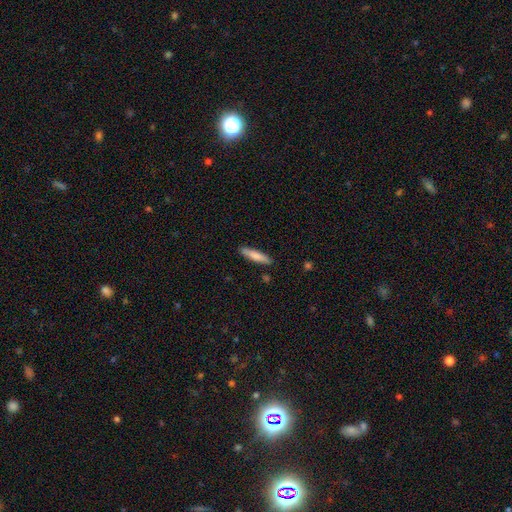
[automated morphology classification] This is likely a smooth galaxy (79%). How rounded: clearly cigar-shaped (84%). Merging: clearly none (88%).